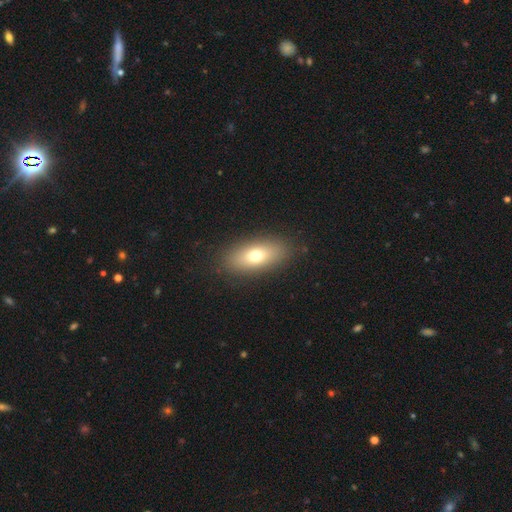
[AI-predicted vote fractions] Smooth or featured: smooth — 71% (featured or disk — 19%)
How rounded: in between — 82% (cigar-shaped — 12%)
Merging: none — 88% (minor disturbance — 8%)